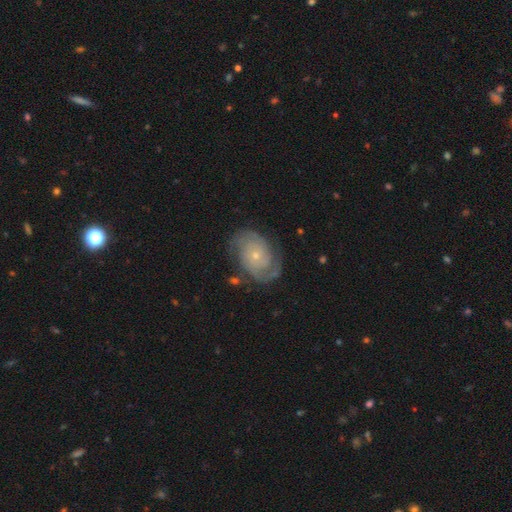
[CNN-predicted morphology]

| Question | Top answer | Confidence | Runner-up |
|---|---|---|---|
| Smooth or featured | featured or disk | 85% | smooth (10%) |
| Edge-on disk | no | 97% | yes (3%) |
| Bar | no | 79% | weak (17%) |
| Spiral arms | yes | 96% | no (4%) |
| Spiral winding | tight | 55% | medium (34%) |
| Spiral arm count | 2 | 67% | can't tell (13%) |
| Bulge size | small | 75% | moderate (21%) |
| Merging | none | 74% | minor disturbance (16%) |